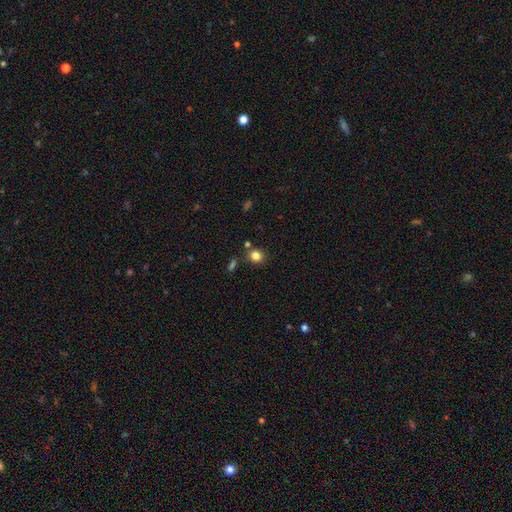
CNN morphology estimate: This appears to be a smooth galaxy with no disk features (83%) that is round (77%). Merging: none (80%).